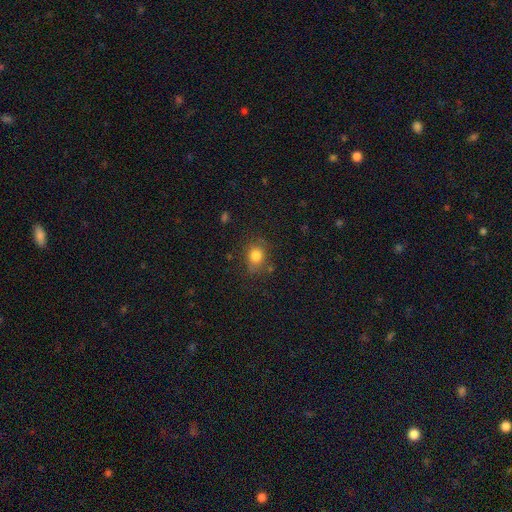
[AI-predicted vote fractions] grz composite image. It shows a smooth galaxy with no disk features (80%) that is round (56%). Merging: none (72%).